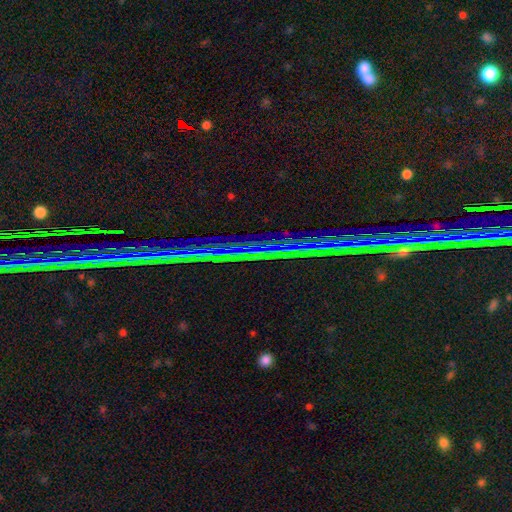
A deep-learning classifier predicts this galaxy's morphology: This is clearly a star or artifact rather than a galaxy (87%).